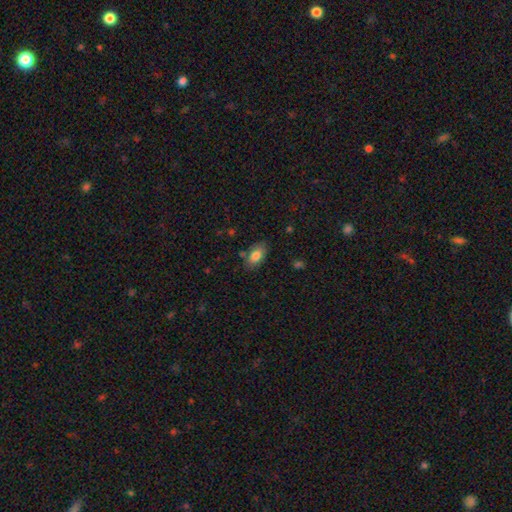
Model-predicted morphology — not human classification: This appears to be a smooth galaxy with no disk features (81%) that is in between round and cigar-shaped (92%). Merging: none (79%).